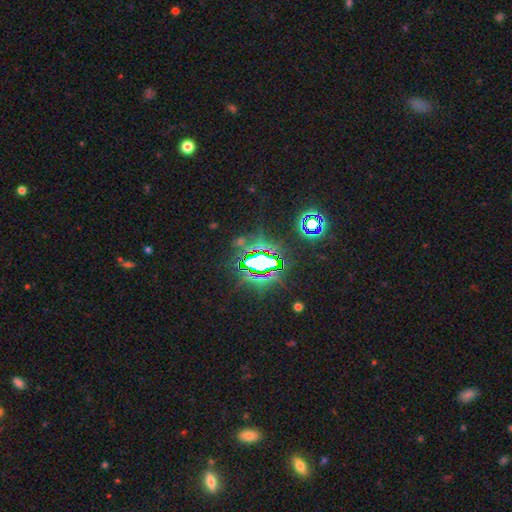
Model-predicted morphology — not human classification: Smooth or featured?
  - star or artifact: 81% *
  - smooth: 11%
  - featured or disk: 7%